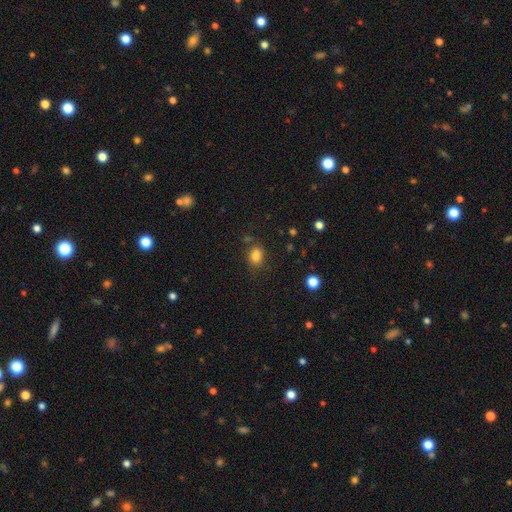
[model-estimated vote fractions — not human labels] Smooth or featured? Predicted: smooth (p=0.81). How rounded? Predicted: in between (p=0.58). Merging? Predicted: none (p=0.71).